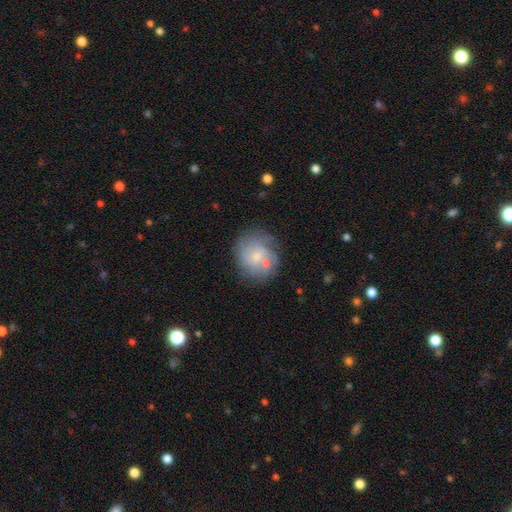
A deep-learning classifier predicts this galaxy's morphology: Overall: featured or disk (48%; smooth 44%). Merging: none (53%; minor disturbance 21%).